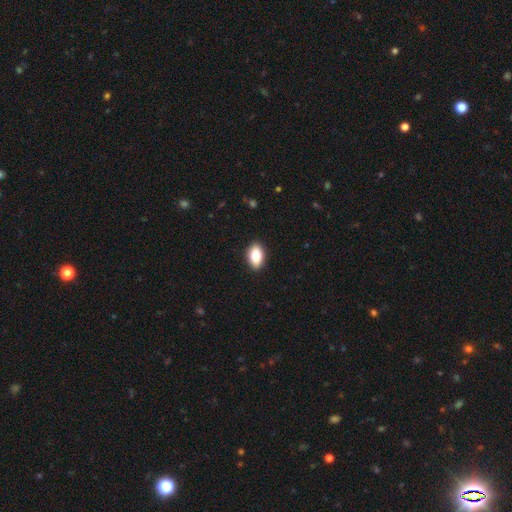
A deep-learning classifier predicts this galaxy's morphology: The model was most divided on "smooth or featured": smooth: 84%, featured or disk: 8%, star or artifact: 7%. More confident: how rounded — in between (91%); merging — none (90%).